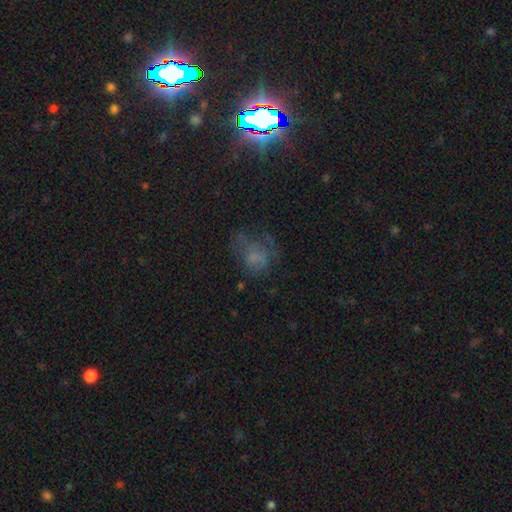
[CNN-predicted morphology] This is possibly a smooth galaxy (46%). Merging: marginally none (44%).